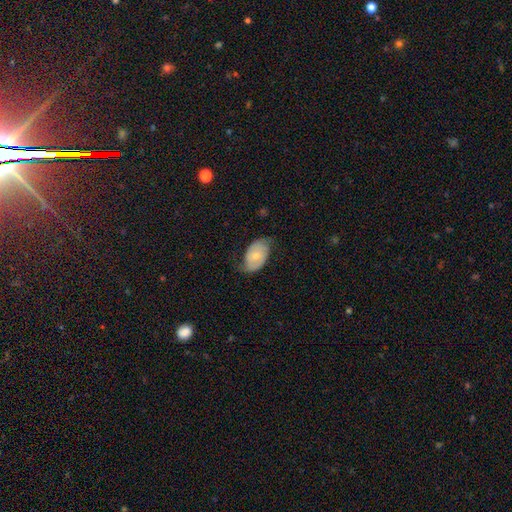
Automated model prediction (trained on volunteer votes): Morphology: type=featured or disk (51%); edge-on=no (95%); merging=none (58%).